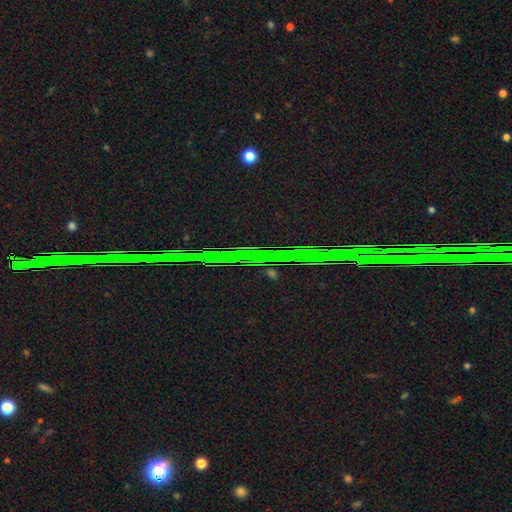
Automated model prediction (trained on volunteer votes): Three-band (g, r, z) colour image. It shows a star or artifact, not a galaxy (89%).